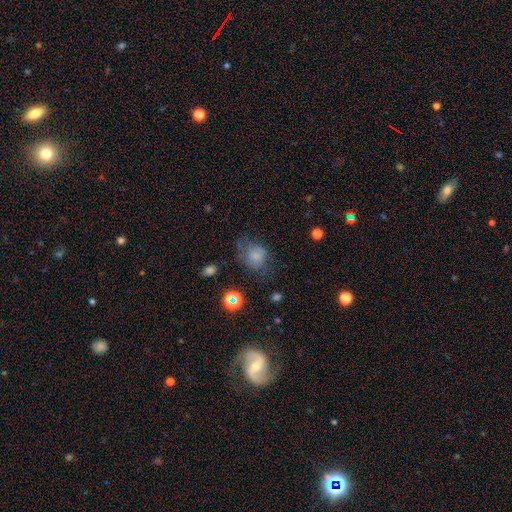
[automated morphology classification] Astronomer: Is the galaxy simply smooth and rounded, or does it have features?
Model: smooth — 67%.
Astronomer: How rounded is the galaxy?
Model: round — 59% (runner-up: in between, 40%).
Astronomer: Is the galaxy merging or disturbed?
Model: none — 47% (runner-up: minor disturbance, 28%).